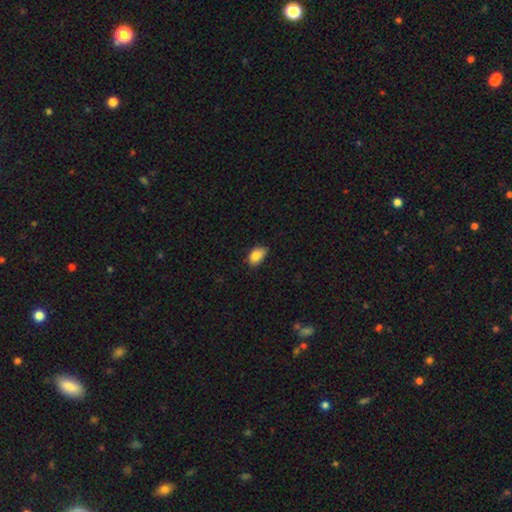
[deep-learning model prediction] This is clearly a smooth galaxy (87%). How rounded: clearly in between (90%). Merging: likely none (68%).